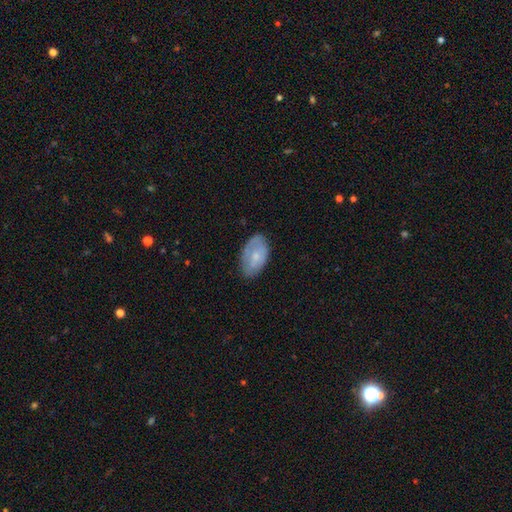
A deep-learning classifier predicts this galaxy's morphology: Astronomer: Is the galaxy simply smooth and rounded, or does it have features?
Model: smooth — 59% (runner-up: featured or disk, 34%).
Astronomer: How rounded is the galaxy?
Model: in between — 92%.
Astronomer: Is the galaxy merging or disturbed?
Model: none — 68%.